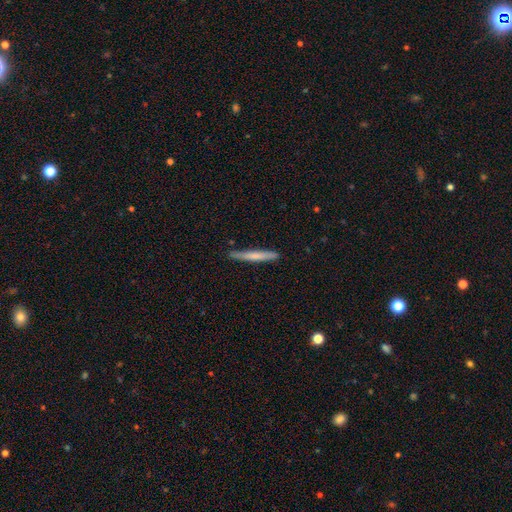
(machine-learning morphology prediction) Smooth or featured?
  - smooth: 64% *
  - featured or disk: 31%
  - star or artifact: 5%
How rounded?
  - cigar-shaped: 96% *
  - in between: 3%
  - round: 1%
Merging?
  - none: 86% *
  - minor disturbance: 10%
  - major disturbance: 2%
  - merger: 1%